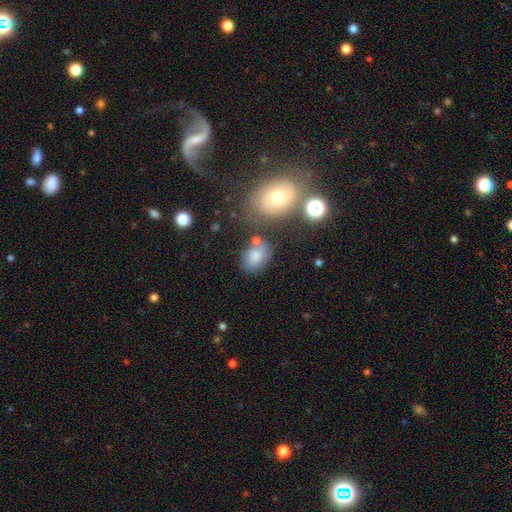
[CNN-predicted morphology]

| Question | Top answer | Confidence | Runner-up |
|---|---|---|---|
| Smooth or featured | smooth | 71% | featured or disk (16%) |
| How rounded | in between | 73% | round (26%) |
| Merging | none | 49% | minor disturbance (22%) |